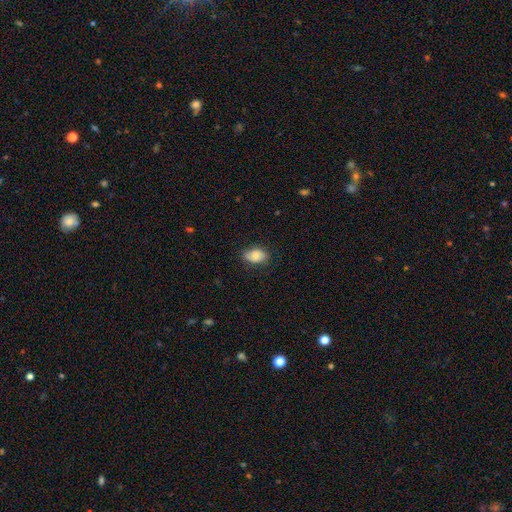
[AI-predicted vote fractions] Morphology: type=smooth (79%); roundness=in between (85%); merging=none (74%).